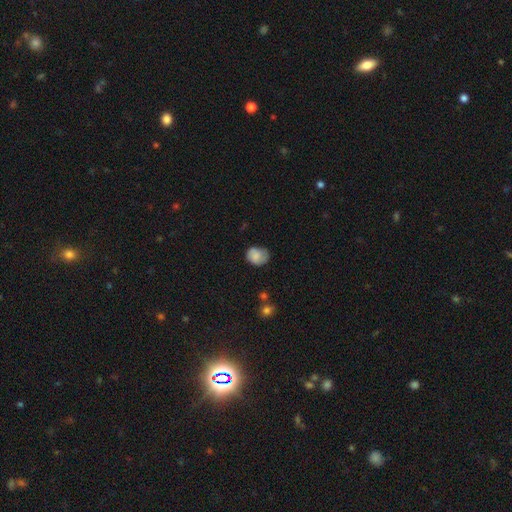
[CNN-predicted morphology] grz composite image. It shows a smooth galaxy with no disk features (75%) that is round (56%). Merging: none (57%).